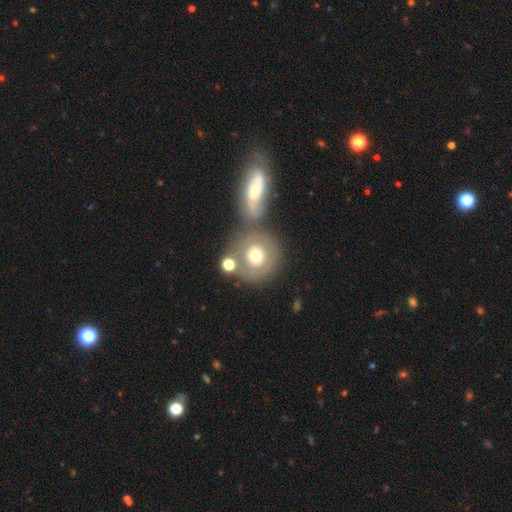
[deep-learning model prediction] Smooth or featured? smooth (54%)
How rounded? round (90%)
Merging? none (53%)